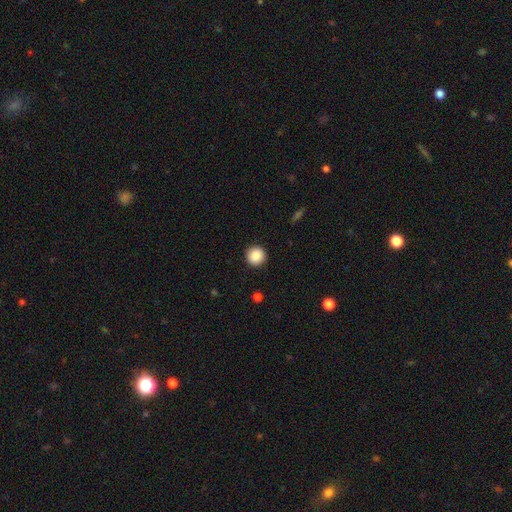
A smooth galaxy with no disk features (82%) that is round (84%).

Vote fractions:
- Smooth or featured? smooth: 82% / star or artifact: 11% / featured or disk: 8%
- How rounded? round: 84% / in between: 13% / cigar-shaped: 3%
- Merging? none: 91% / major disturbance: 6% / merger: 3% / minor disturbance: 0%